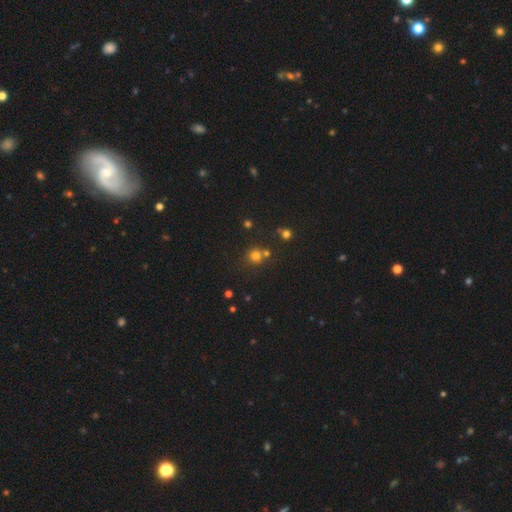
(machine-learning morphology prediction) smooth 72%, star or artifact 20%, featured or disk 8%. Down the decision tree: how rounded — round (90%); merging — none (66%).